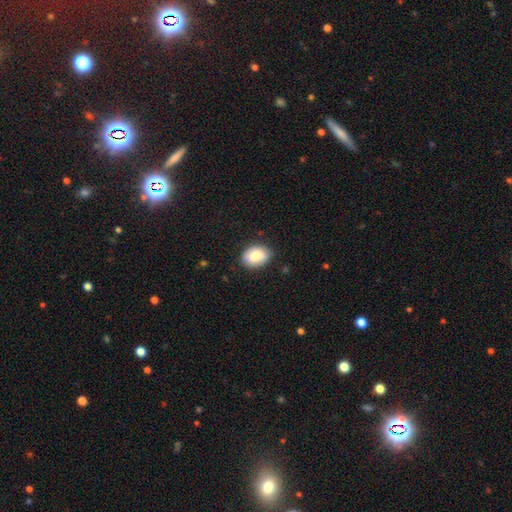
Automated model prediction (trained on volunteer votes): A smooth galaxy with no disk features (78%) that is in between round and cigar-shaped (76%).

Vote fractions:
- Smooth or featured? smooth: 78% / featured or disk: 15% / star or artifact: 7%
- How rounded? in between: 76% / round: 23% / cigar-shaped: 1%
- Merging? none: 82% / minor disturbance: 14% / major disturbance: 3% / merger: 1%